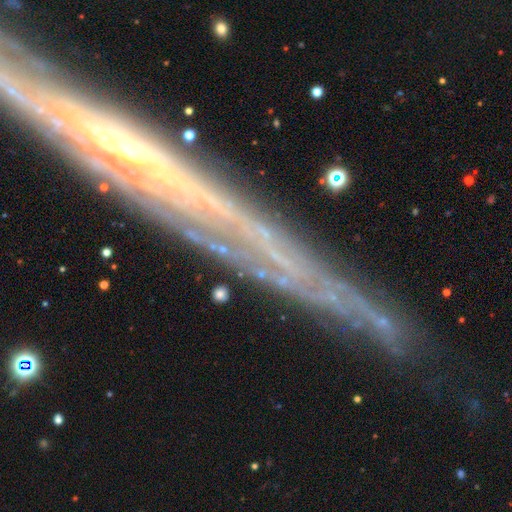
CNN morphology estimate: Overall: featured or disk (75%). Edge-on disk: yes (77%). Edge-on bulge: none (66%; rounded 27%). Merging: none (77%).